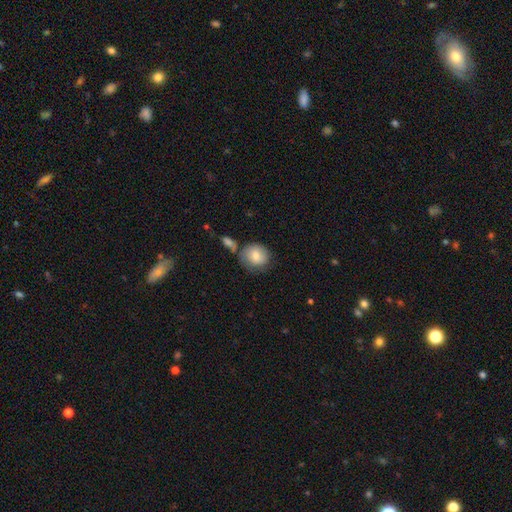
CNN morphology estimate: A smooth galaxy with no disk features (80%) that is round (82%).

Vote fractions:
- Smooth or featured? smooth: 80% / featured or disk: 13% / star or artifact: 7%
- How rounded? round: 82% / in between: 17% / cigar-shaped: 1%
- Merging? none: 56% / minor disturbance: 20% / merger: 16% / major disturbance: 7%